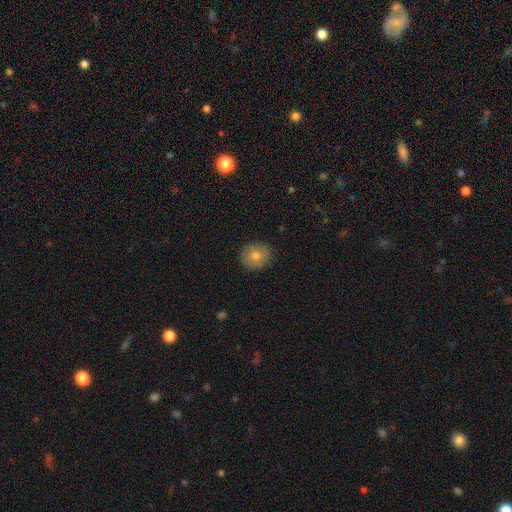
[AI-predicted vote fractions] smooth_or_featured: smooth (p=0.73) [alt: featured or disk p=0.17]
how_rounded: round (p=0.82) [alt: in between p=0.17]
merging: none (p=0.89) [alt: minor disturbance p=0.08]